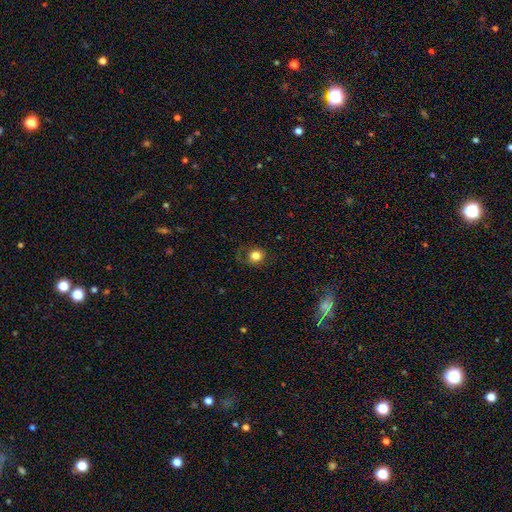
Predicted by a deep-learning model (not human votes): Morphology: type=smooth (81%); roundness=round (79%); merging=none (71%).